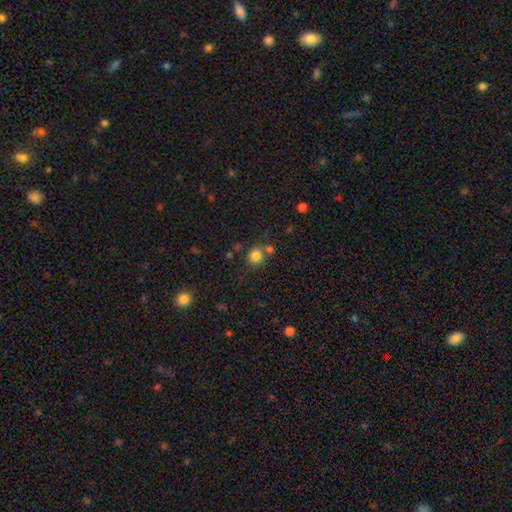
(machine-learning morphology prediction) This is clearly a smooth galaxy (82%). How rounded: clearly round (87%). Merging: likely none (68%).